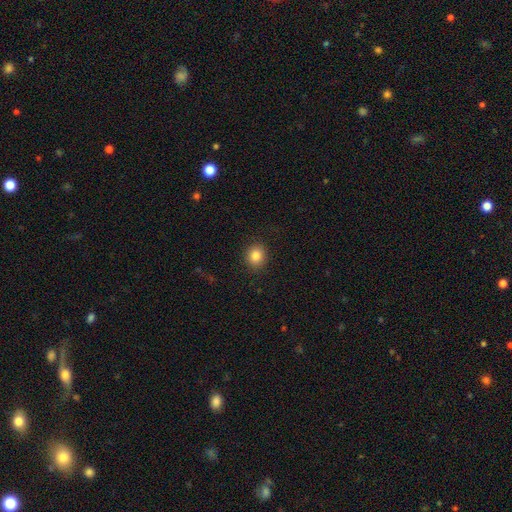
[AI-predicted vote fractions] This is clearly a smooth galaxy (84%). How rounded: likely round (78%). Merging: clearly none (90%).